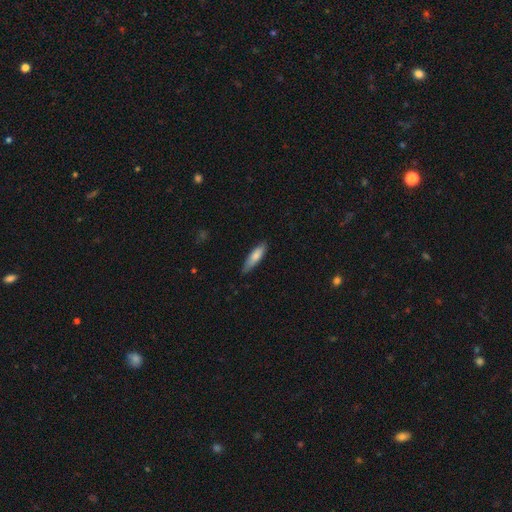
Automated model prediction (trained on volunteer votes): This is likely a smooth galaxy (77%). How rounded: likely cigar-shaped (67%). Merging: clearly none (80%).